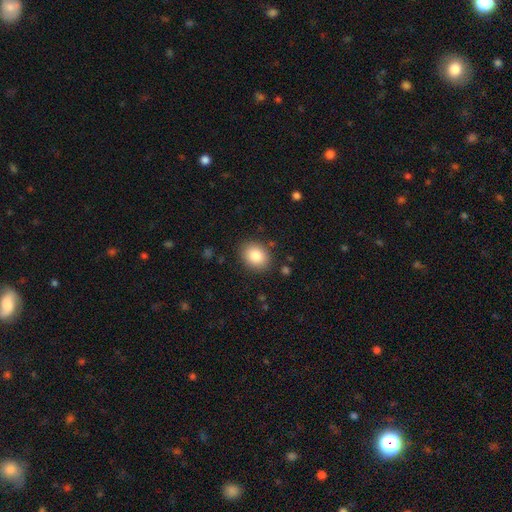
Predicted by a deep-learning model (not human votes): Overall: smooth (85%). How rounded: in between (51%; round 48%). Merging: none (87%).